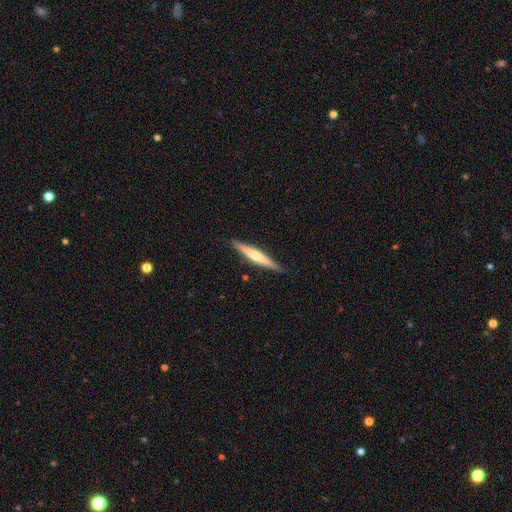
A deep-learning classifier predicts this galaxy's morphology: A featured or disk galaxy (53%) viewed edge-on (97%) with a rounded central bulge (52%).

Vote fractions:
- Smooth or featured? featured or disk: 53% / smooth: 42% / star or artifact: 5%
- Edge-on disk? yes: 97% / no: 3%
- Edge-on bulge? rounded: 52% / none: 35% / boxy: 12%
- Merging? none: 90% / minor disturbance: 8% / major disturbance: 1% / merger: 1%